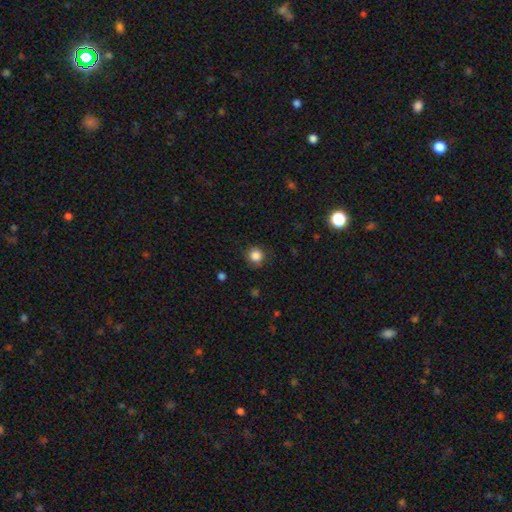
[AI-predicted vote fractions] smooth_or_featured: smooth (p=0.85) [alt: star or artifact p=0.11]
how_rounded: round (p=0.92) [alt: in between p=0.07]
merging: none (p=0.84) [alt: minor disturbance p=0.11]